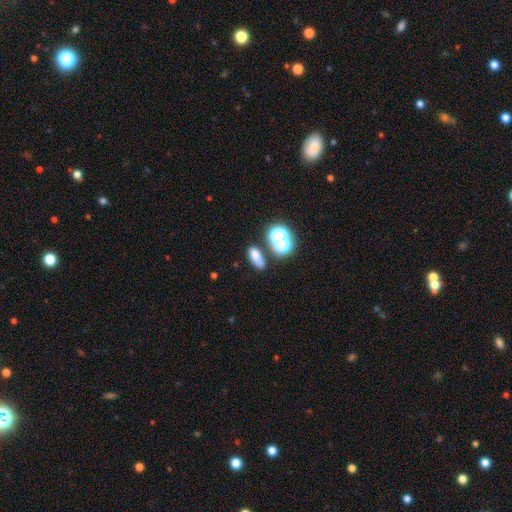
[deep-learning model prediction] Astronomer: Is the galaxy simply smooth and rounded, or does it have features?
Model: smooth — 67%.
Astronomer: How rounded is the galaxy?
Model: in between — 81%.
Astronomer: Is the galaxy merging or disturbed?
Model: none — 60%.